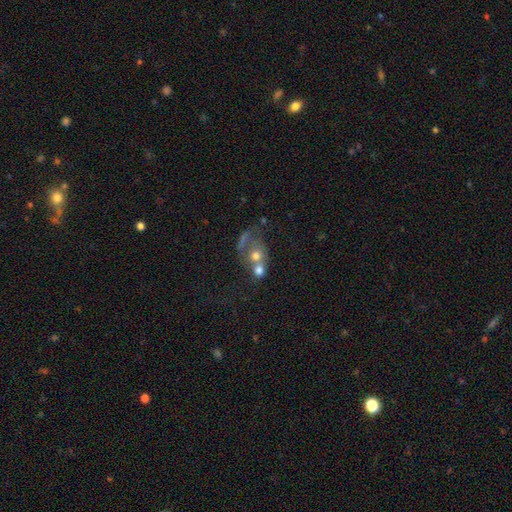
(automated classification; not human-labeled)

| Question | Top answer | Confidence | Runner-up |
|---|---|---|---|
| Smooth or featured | smooth | 56% | featured or disk (32%) |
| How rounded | round | 63% | in between (35%) |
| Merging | merger | 66% | none (17%) |